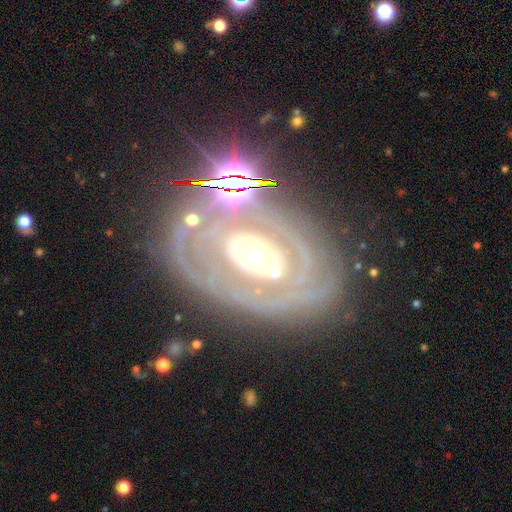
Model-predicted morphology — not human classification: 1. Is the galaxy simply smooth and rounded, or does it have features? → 82% featured or disk, 11% smooth, 7% star or artifact.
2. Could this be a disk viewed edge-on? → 94% no, 6% yes.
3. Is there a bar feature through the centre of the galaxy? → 78% no, 14% weak, 8% strong.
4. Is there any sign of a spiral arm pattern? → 65% yes, 35% no.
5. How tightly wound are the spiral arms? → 76% tight, 17% medium, 7% loose.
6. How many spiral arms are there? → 46% can't tell, 24% 2, 11% 3, 8% 1, 6% 4, 5% more than 4.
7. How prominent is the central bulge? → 46% small, 44% moderate, 7% large, 2% dominant, 2% none.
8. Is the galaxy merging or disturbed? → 70% none, 16% minor disturbance, 10% major disturbance, 4% merger.